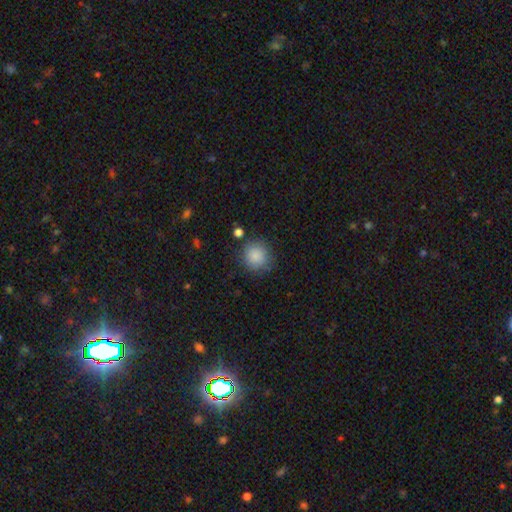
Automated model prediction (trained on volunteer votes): Smooth or featured?
  - smooth: 87% *
  - star or artifact: 9%
  - featured or disk: 4%
How rounded?
  - round: 91% *
  - in between: 8%
  - cigar-shaped: 1%
Merging?
  - none: 82% *
  - minor disturbance: 11%
  - major disturbance: 4%
  - merger: 3%